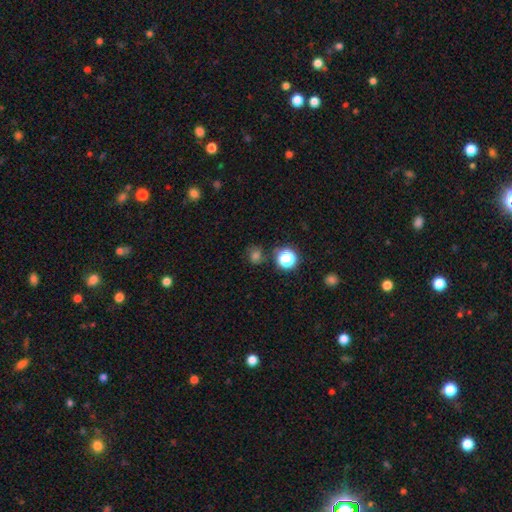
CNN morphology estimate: smooth-or-featured: smooth: 66% | star or artifact: 27% | featured or disk: 8%
  how-rounded: round: 80% | in between: 19% | cigar-shaped: 1%
  merging: none: 76% | minor disturbance: 13% | merger: 6% | major disturbance: 5%